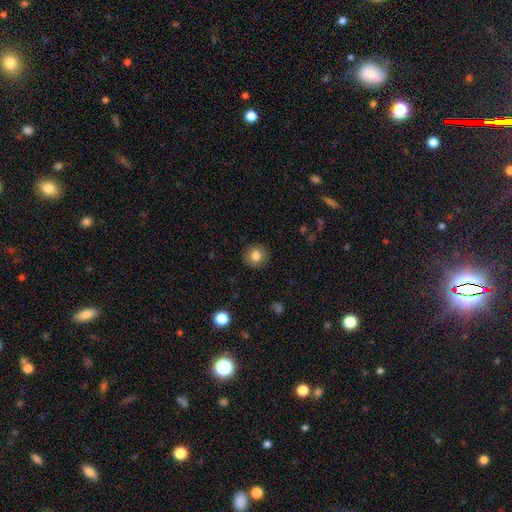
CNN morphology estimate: This appears to be a smooth galaxy with no disk features (81%) that is round (93%). Merging: none (91%).